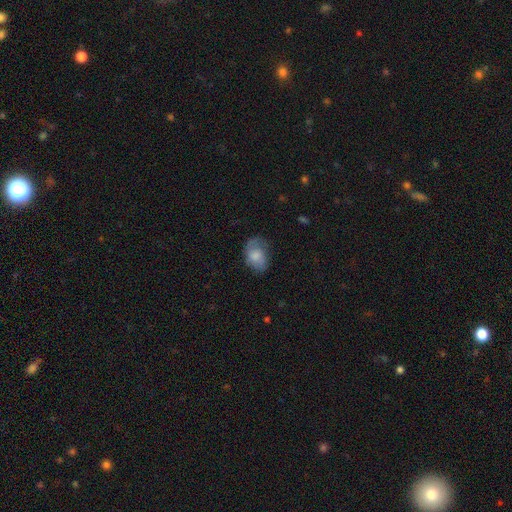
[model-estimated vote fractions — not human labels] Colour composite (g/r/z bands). It shows a smooth galaxy with no disk features (64%) that is in between round and cigar-shaped (80%). Merging: none (52%).